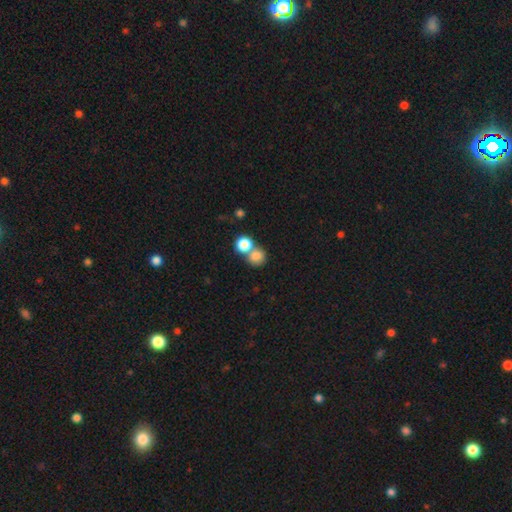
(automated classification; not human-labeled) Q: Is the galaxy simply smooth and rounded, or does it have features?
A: smooth — 82%.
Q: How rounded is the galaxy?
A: round — 79%.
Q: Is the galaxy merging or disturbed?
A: merger — 49%.